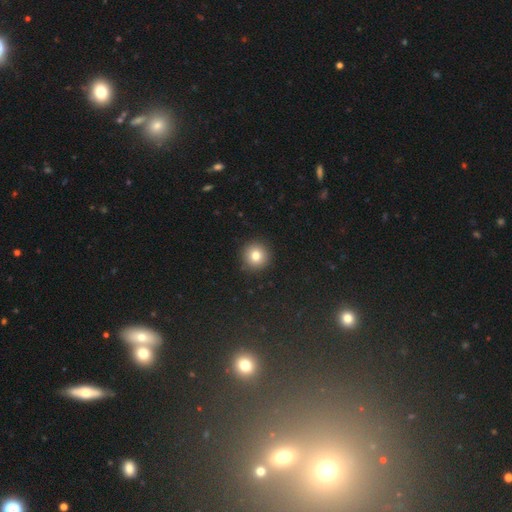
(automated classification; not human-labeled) A smooth galaxy with no disk features (80%) that is round (95%). Merging: none (92%).